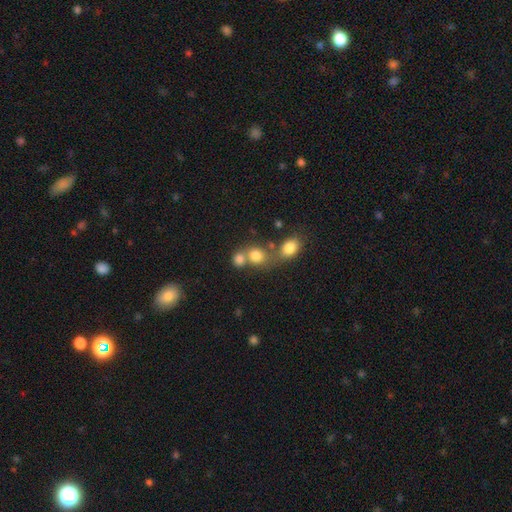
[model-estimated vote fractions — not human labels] This appears to be a smooth galaxy with no disk features (78%) that is round (71%). Merging: merger (51%).